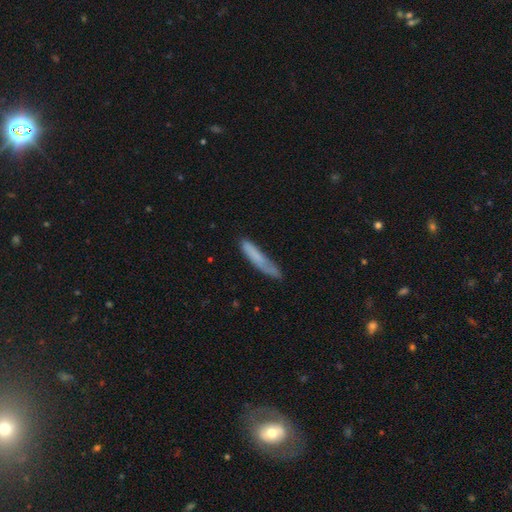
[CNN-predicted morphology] Smooth or featured? smooth (71%)
How rounded? cigar-shaped (90%)
Merging? none (60%)